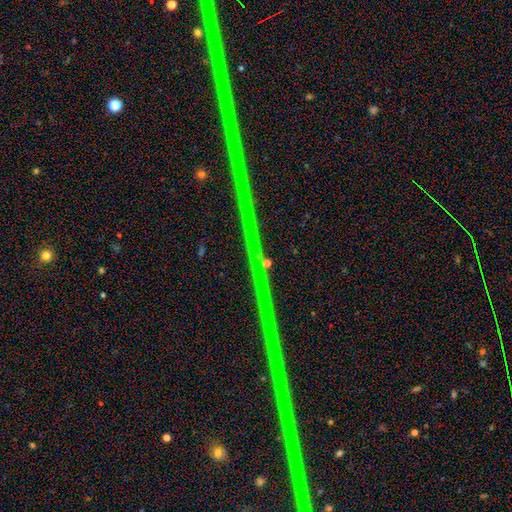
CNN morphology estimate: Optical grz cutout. It shows a star or artifact, not a galaxy (89%).